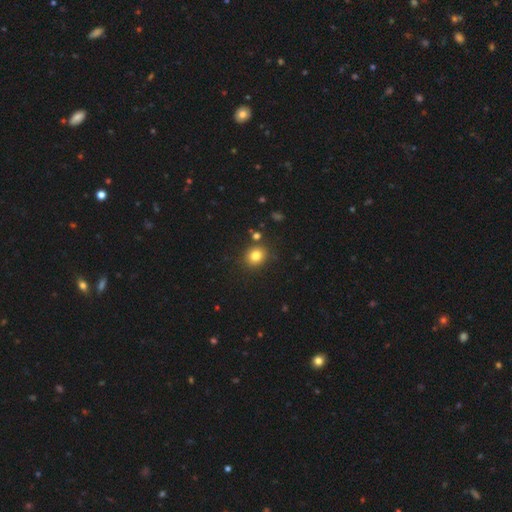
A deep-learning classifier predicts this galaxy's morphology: smooth_or_featured: smooth (p=0.81) [alt: star or artifact p=0.12]
how_rounded: round (p=0.75) [alt: in between p=0.24]
merging: none (p=0.85) [alt: minor disturbance p=0.08]